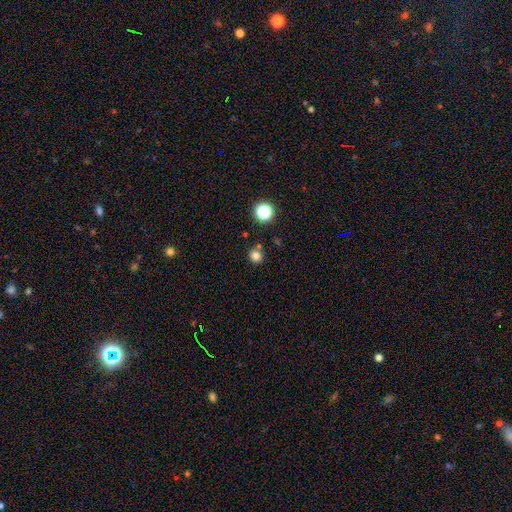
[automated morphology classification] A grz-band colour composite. It shows a smooth galaxy with no disk features (79%) that is round (86%). Merging: none (76%).